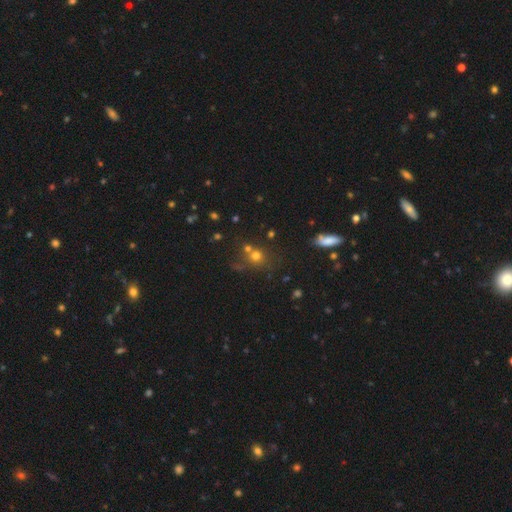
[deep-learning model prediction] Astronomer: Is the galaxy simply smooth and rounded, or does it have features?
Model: smooth — 65%.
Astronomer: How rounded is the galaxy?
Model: round — 84%.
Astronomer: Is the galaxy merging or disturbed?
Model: none — 53% (runner-up: merger, 29%).